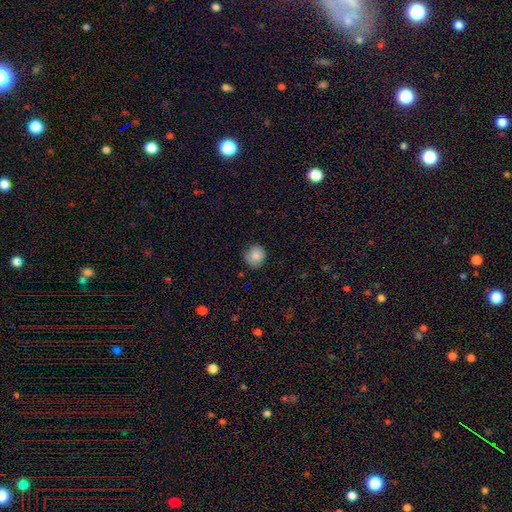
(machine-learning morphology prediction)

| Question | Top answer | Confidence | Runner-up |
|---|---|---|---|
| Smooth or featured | smooth | 83% | star or artifact (9%) |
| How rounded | round | 92% | in between (7%) |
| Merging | none | 83% | minor disturbance (13%) |